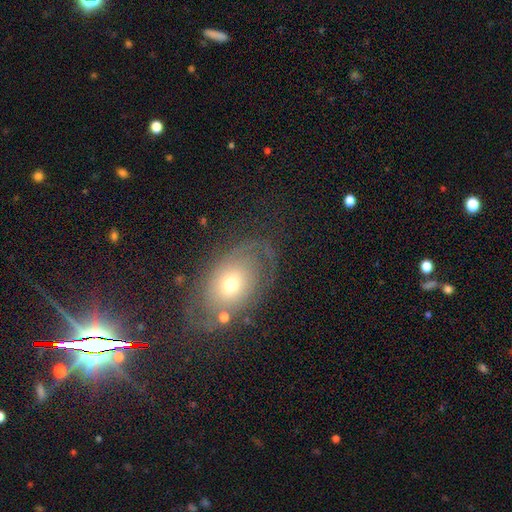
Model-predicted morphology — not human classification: This is possibly a featured or disk galaxy (53%). It is clearly not viewed edge-on (91%). Merging: likely none (75%).